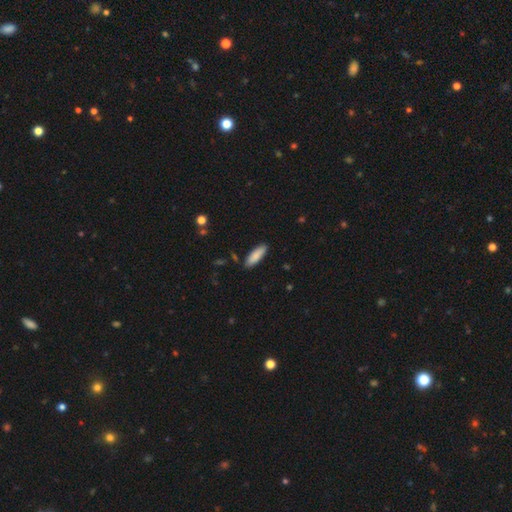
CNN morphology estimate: Smooth or featured?
  - smooth: 87% *
  - featured or disk: 7%
  - star or artifact: 6%
How rounded?
  - in between: 53% *
  - cigar-shaped: 45%
  - round: 1%
Merging?
  - none: 87% *
  - minor disturbance: 9%
  - major disturbance: 2%
  - merger: 1%